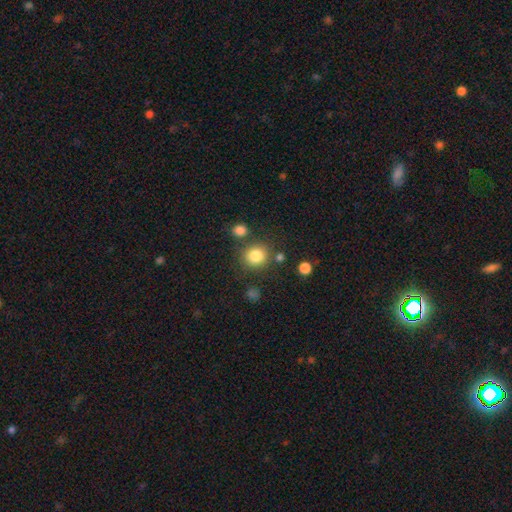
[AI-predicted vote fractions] The model was most divided on "merging": none: 78%, minor disturbance: 10%, merger: 9%, major disturbance: 4%. More confident: how rounded — round (87%); smooth or featured — smooth (83%).